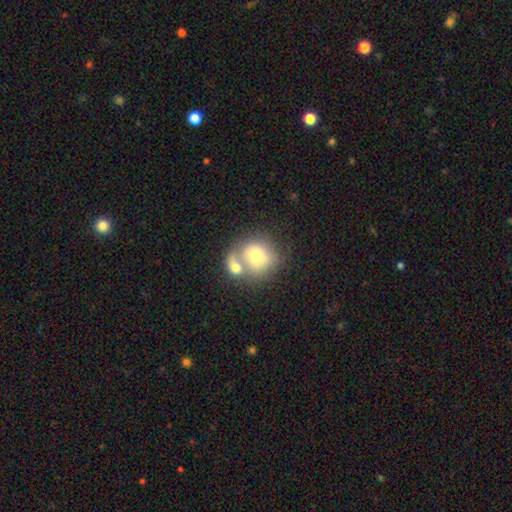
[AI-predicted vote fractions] The model was most divided on "merging": merger: 58%, none: 27%, minor disturbance: 9%, major disturbance: 6%. More confident: how rounded — round (77%); smooth or featured — smooth (69%).